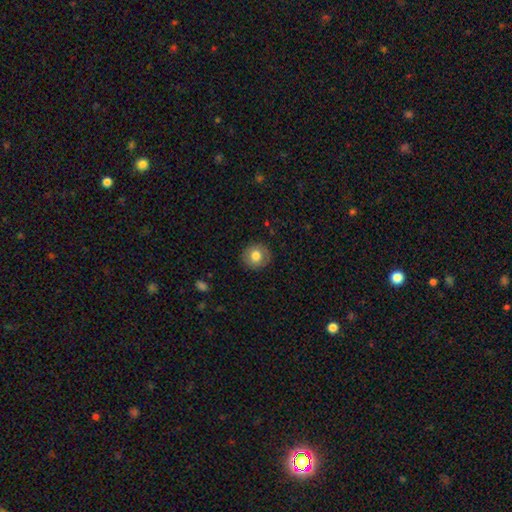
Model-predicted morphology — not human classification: Overall: smooth (76%). How rounded: round (90%). Merging: none (87%).